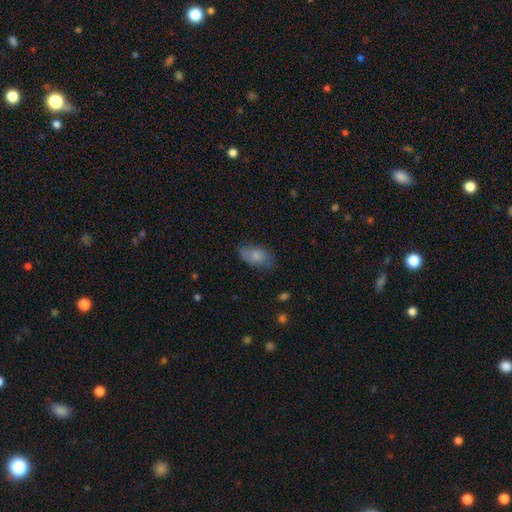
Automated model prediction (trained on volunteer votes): Smooth or featured: smooth — 78% (featured or disk — 15%)
How rounded: in between — 93% (round — 5%)
Merging: none — 69% (minor disturbance — 24%)